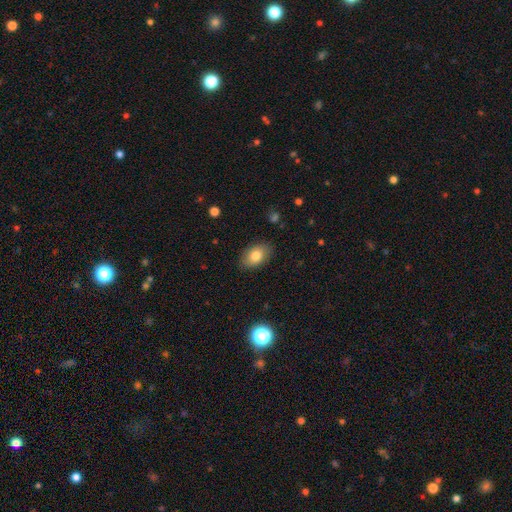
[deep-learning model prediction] Smooth or featured?
  - smooth: 81% *
  - featured or disk: 12%
  - star or artifact: 8%
How rounded?
  - in between: 89% *
  - round: 10%
  - cigar-shaped: 1%
Merging?
  - none: 84% *
  - minor disturbance: 12%
  - major disturbance: 3%
  - merger: 1%